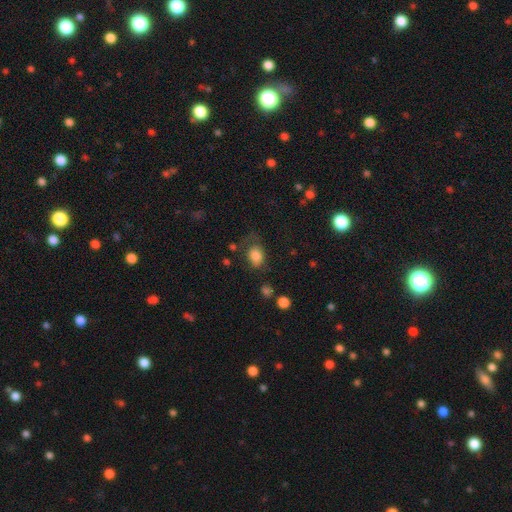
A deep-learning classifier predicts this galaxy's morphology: Smooth or featured? Predicted: smooth (p=0.81). How rounded? Predicted: in between (p=0.67). Merging? Predicted: none (p=0.46).